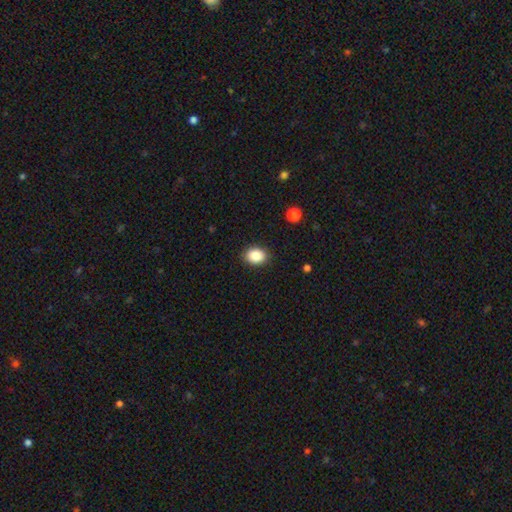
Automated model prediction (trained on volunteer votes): Q: Smooth or featured?
A: smooth (87%); runner-up: star or artifact (8%)
Q: How rounded?
A: in between (65%); runner-up: round (34%)
Q: Merging?
A: none (89%); runner-up: minor disturbance (8%)